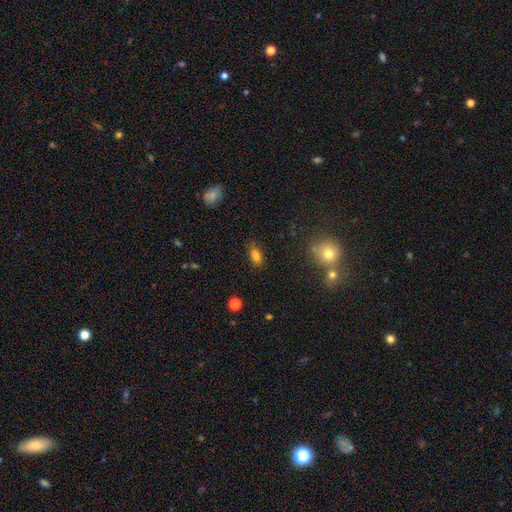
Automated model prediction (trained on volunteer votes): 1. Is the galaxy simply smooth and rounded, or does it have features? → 81% smooth, 13% star or artifact, 7% featured or disk.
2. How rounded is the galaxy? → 87% in between, 7% cigar-shaped, 6% round.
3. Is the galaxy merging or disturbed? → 79% none, 15% minor disturbance, 4% major disturbance, 2% merger.